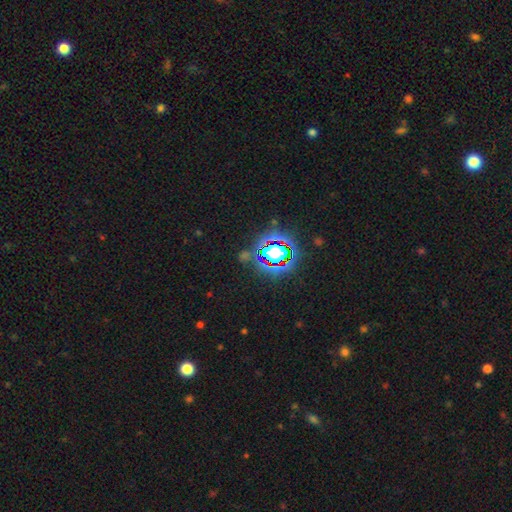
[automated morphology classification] A star or artifact, not a galaxy (82%).